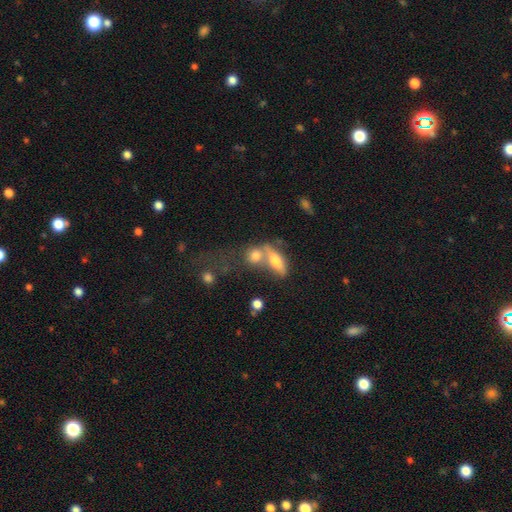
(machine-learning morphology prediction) The model was most divided on "how rounded": in between: 51%, round: 38%, cigar-shaped: 11%. More confident: smooth or featured — smooth (70%); merging — merger (56%).